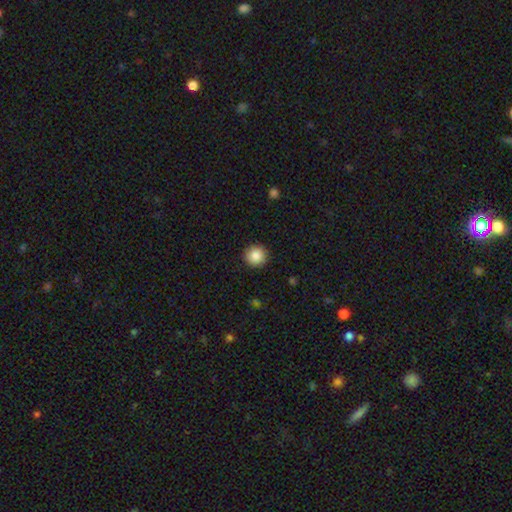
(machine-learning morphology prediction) This appears to be a smooth galaxy with no disk features (87%) that is round (95%). Merging: none (92%).